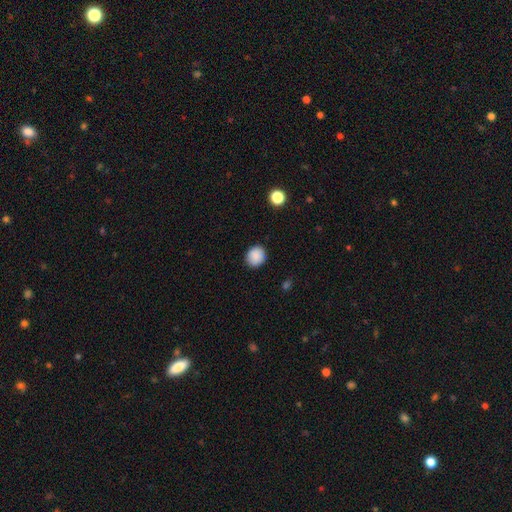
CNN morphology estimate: smooth-or-featured: smooth: 88% | star or artifact: 8% | featured or disk: 3%
  how-rounded: round: 78% | in between: 21% | cigar-shaped: 1%
  merging: none: 88% | minor disturbance: 9% | major disturbance: 2% | merger: 1%